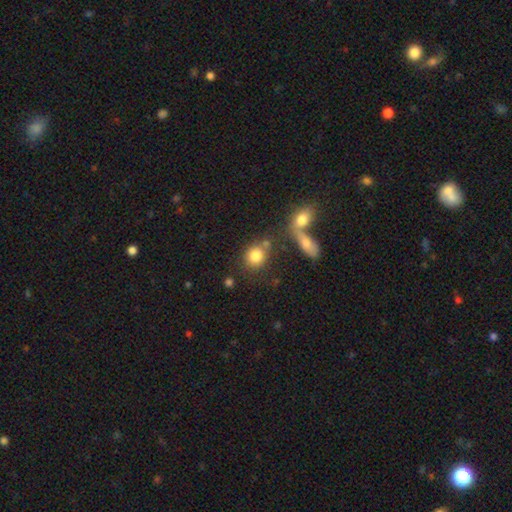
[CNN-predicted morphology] This appears to be a smooth galaxy with no disk features (82%) that is round (72%). Merging: none (57%).